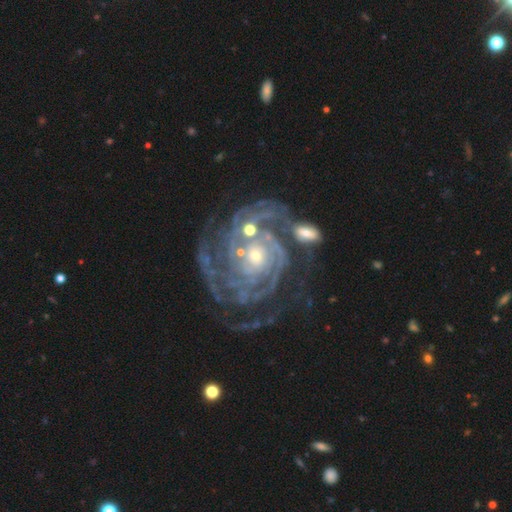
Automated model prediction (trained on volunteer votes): featured or disk 91%, star or artifact 6%, smooth 3%. Down the decision tree: edge-on disk — no (98%); bar — no (76%); spiral arms — yes (98%); spiral arm count — can't tell (22%); spiral winding — tight (73%); bulge size — small (72%); merging — none (40%).